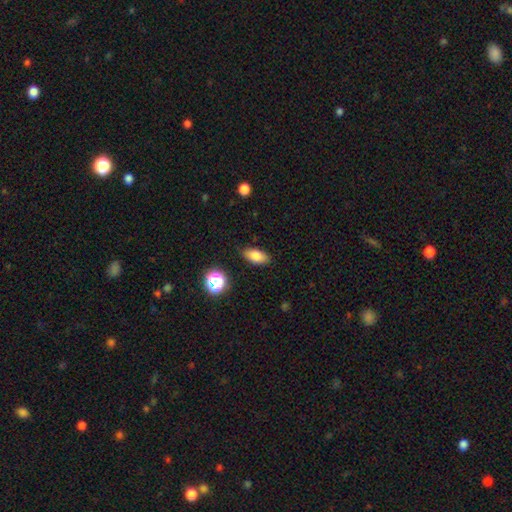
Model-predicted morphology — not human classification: smooth 80%, star or artifact 11%, featured or disk 9%. Down the decision tree: how rounded — in between (86%); merging — none (86%).